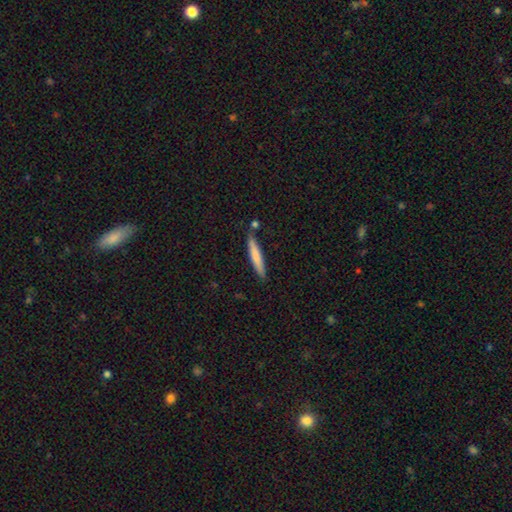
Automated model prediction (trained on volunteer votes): A smooth galaxy with no disk features (73%) that is cigar-shaped (93%).

Vote fractions:
- Smooth or featured? smooth: 73% / featured or disk: 22% / star or artifact: 6%
- How rounded? cigar-shaped: 93% / in between: 6% / round: 1%
- Merging? none: 79% / minor disturbance: 13% / merger: 6% / major disturbance: 2%